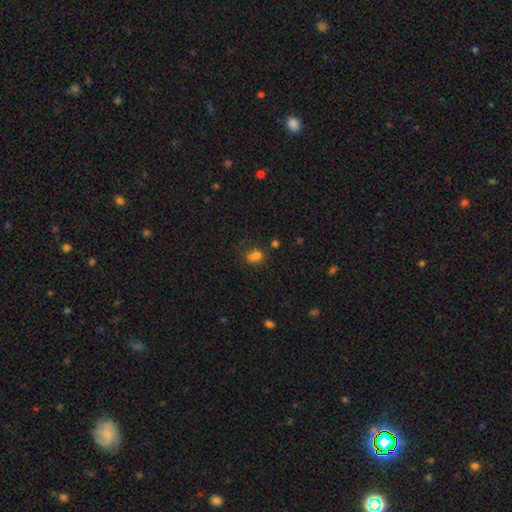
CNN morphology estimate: Overall: smooth (70%). How rounded: round (58%; in between 41%). Merging: merger (46%; none 34%).